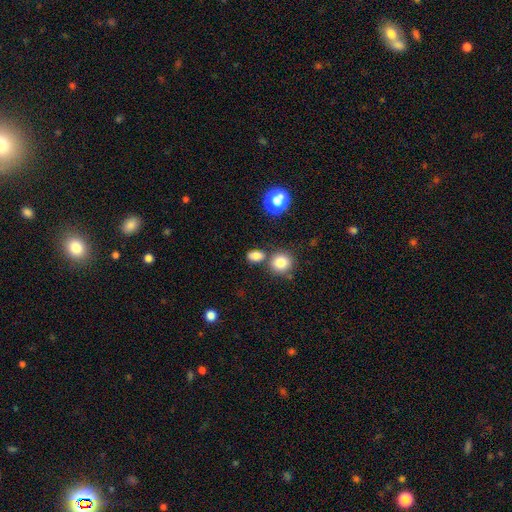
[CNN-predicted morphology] type=smooth (81%); roundness=in between (61%); merging=none (69%).